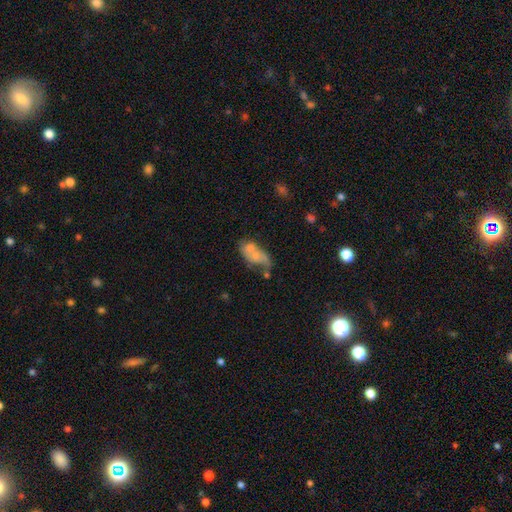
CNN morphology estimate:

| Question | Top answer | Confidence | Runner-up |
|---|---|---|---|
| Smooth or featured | smooth | 53% | featured or disk (38%) |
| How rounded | in between | 85% | round (9%) |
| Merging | merger | 42% | none (24%) |